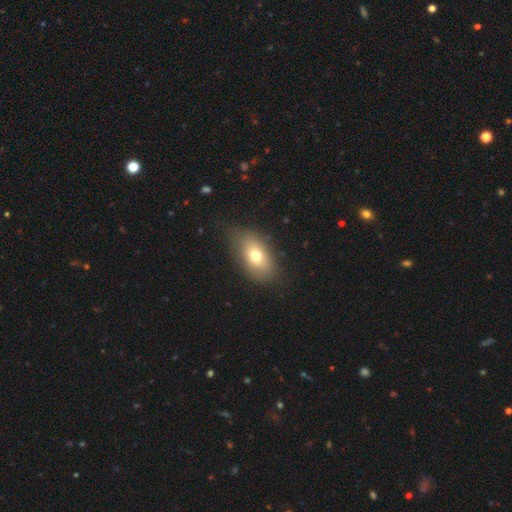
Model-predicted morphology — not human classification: A smooth galaxy with no disk features (72%) that is in between round and cigar-shaped (87%).

Vote fractions:
- Smooth or featured? smooth: 72% / featured or disk: 18% / star or artifact: 10%
- How rounded? in between: 87% / round: 9% / cigar-shaped: 3%
- Merging? none: 76% / minor disturbance: 17% / major disturbance: 5% / merger: 1%